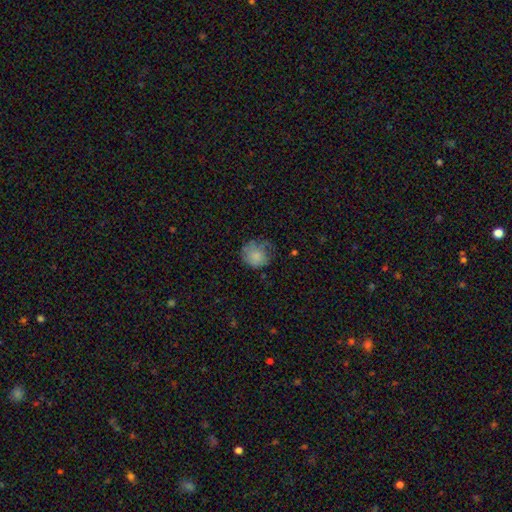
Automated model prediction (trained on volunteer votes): This appears to be a smooth galaxy with no disk features (77%) that is round (77%). Merging: none (49%).